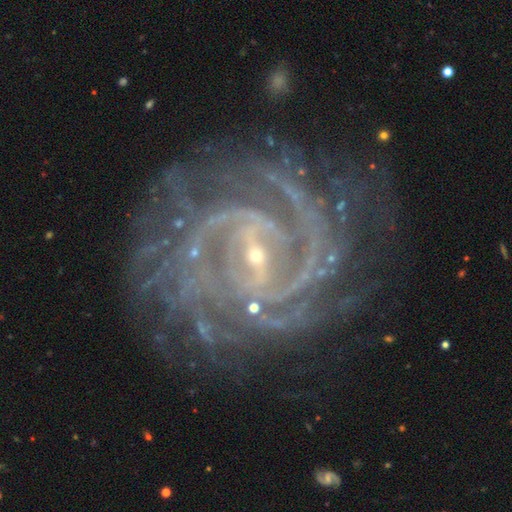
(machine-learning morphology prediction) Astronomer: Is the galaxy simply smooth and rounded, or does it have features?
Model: featured or disk — 90%.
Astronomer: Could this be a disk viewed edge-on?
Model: no — 98%.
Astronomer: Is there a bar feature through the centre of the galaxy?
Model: weak — 44% (runner-up: strong, 33%).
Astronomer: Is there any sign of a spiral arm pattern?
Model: yes — 98%.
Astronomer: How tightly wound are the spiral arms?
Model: tight — 69%.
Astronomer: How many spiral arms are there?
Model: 2 — 26% (runner-up: can't tell, 21%).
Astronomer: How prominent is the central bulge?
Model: small — 85%.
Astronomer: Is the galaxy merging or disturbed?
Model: none — 75%.